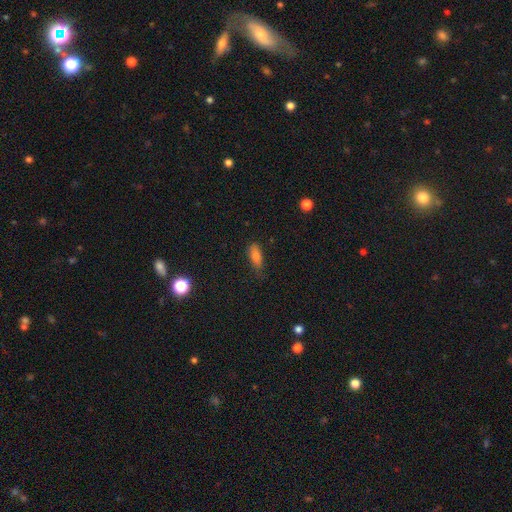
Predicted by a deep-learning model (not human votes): smooth 79%, star or artifact 11%, featured or disk 10%. Down the decision tree: how rounded — in between (74%); merging — none (63%).